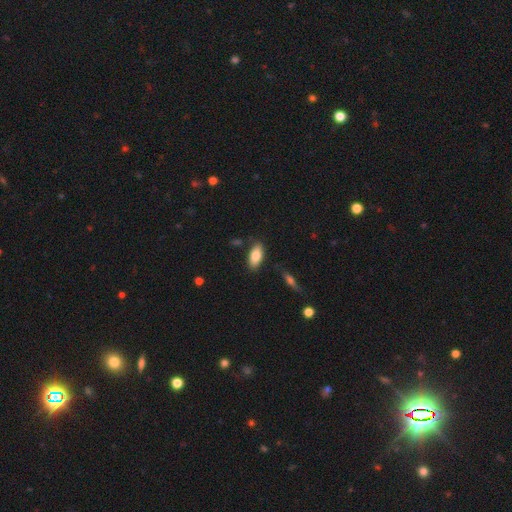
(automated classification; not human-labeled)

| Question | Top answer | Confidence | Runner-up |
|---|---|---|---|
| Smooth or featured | smooth | 81% | featured or disk (12%) |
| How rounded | in between | 89% | cigar-shaped (8%) |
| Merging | none | 83% | minor disturbance (12%) |